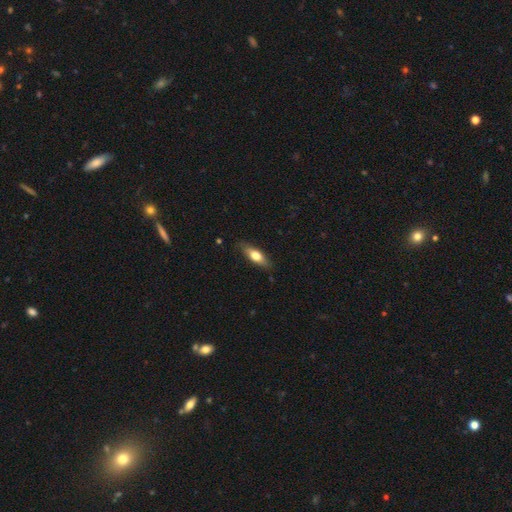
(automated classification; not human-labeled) The model was most divided on "how rounded": in between: 57%, cigar-shaped: 40%, round: 3%. More confident: merging — none (82%); smooth or featured — smooth (63%).